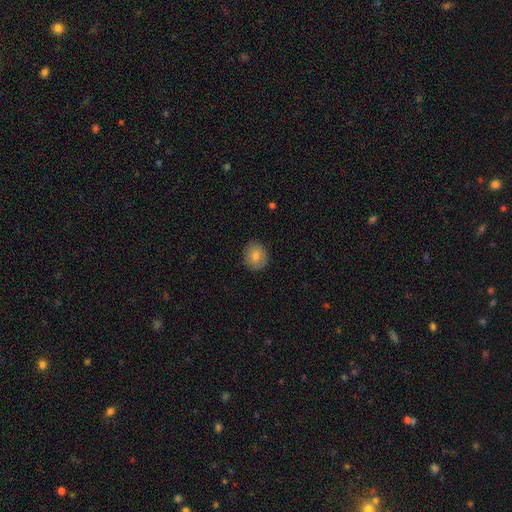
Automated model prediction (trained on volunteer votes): Smooth or featured? Predicted: smooth (p=0.81). How rounded? Predicted: round (p=0.80). Merging? Predicted: none (p=0.86).